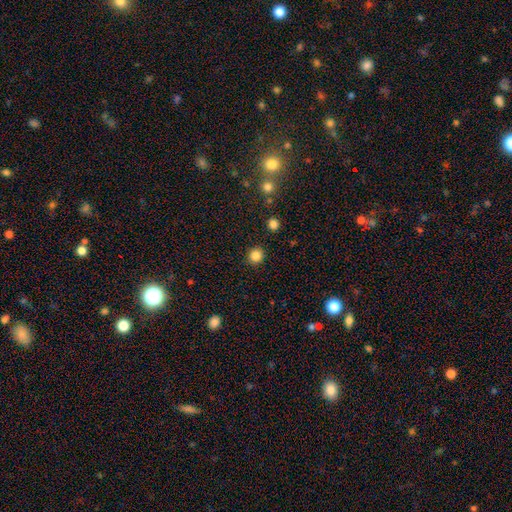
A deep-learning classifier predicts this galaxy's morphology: The model was most divided on "smooth or featured": smooth: 85%, star or artifact: 12%, featured or disk: 4%. More confident: merging — none (91%); how rounded — round (91%).